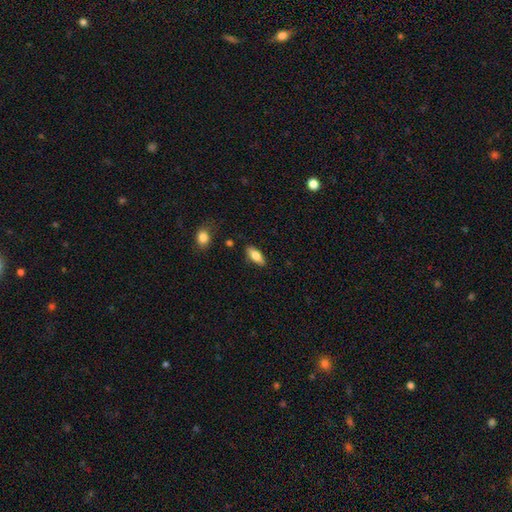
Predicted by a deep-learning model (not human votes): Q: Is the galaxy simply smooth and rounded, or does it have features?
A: smooth — 68%.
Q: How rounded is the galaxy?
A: in between — 73%.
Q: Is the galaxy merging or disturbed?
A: none — 84%.